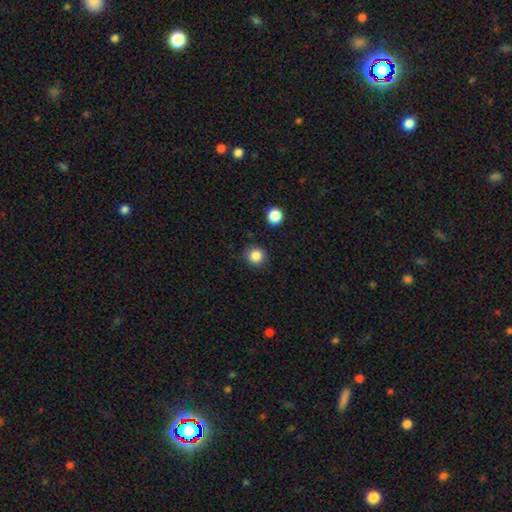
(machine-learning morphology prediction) Smooth or featured? Predicted: smooth (p=0.85). How rounded? Predicted: round (p=0.93). Merging? Predicted: none (p=0.89).